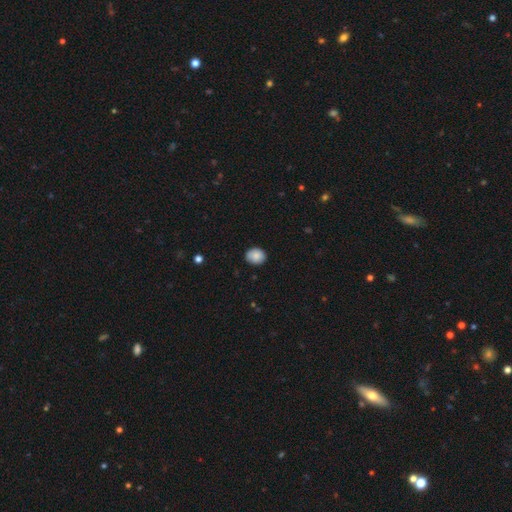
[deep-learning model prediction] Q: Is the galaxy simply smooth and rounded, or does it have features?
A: smooth — 85%.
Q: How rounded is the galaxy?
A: round — 68%.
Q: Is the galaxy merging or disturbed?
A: none — 84%.